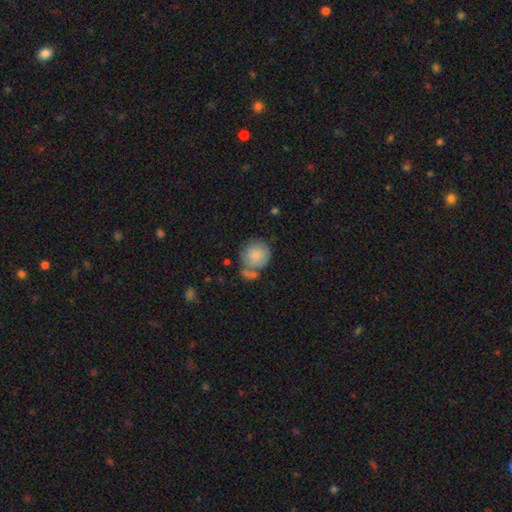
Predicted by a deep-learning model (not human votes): smooth_or_featured: smooth (p=0.81) [alt: featured or disk p=0.12]
how_rounded: round (p=0.86) [alt: in between p=0.13]
merging: none (p=0.49) [alt: merger p=0.24]